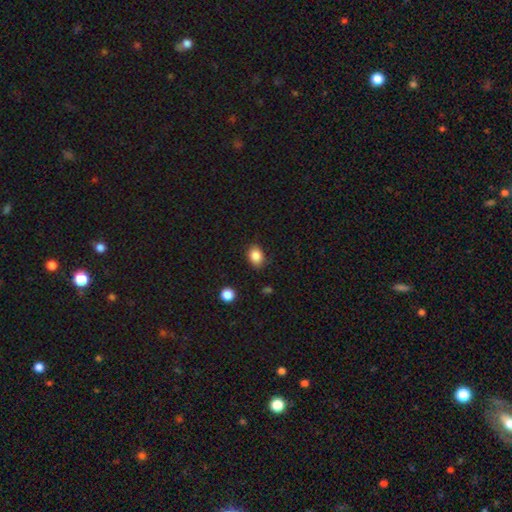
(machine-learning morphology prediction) type=smooth (85%); roundness=in between (62%); merging=none (79%).